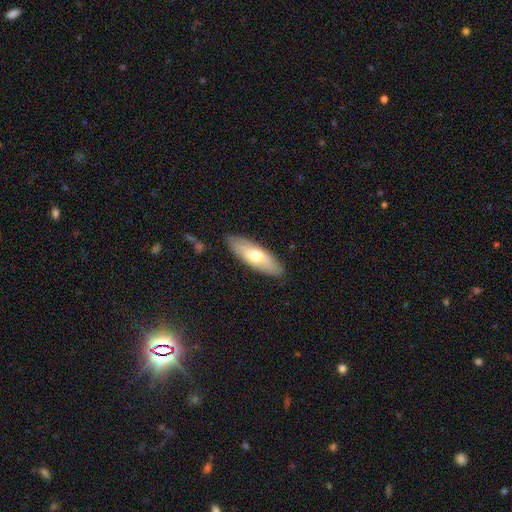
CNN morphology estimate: Smooth or featured: smooth — 60% (featured or disk — 34%)
How rounded: in between — 60% (cigar-shaped — 38%)
Merging: none — 87% (minor disturbance — 10%)